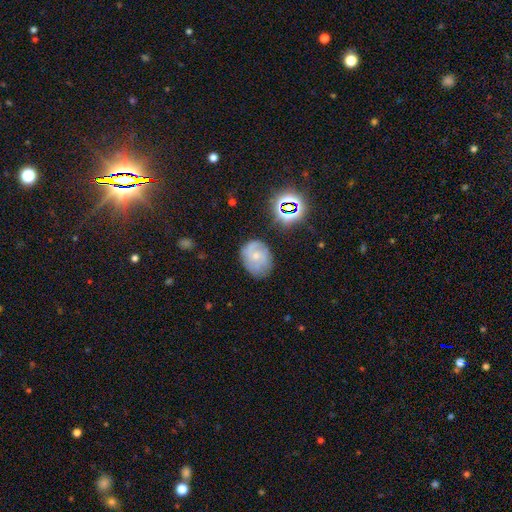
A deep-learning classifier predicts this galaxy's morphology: Overall: featured or disk (65%). Edge-on disk: no (97%). Bar: no (67%; weak 28%). Spiral arms: yes (91%). Spiral arm count: 2 (38%; can't tell 25%). Spiral winding: tight (46%; medium 41%). Bulge size: small (61%; moderate 32%). Merging: none (71%).